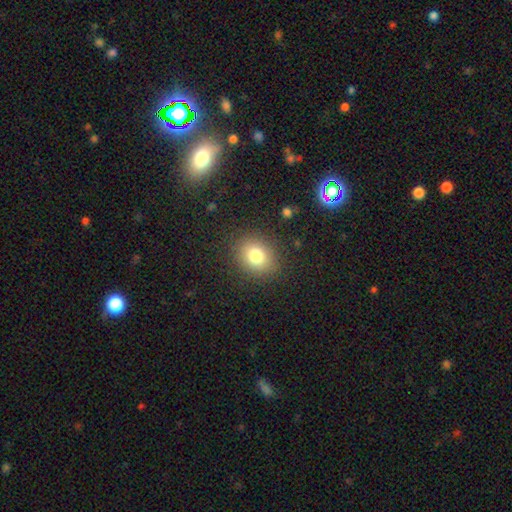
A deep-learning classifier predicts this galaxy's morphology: Smooth or featured: smooth — 79% (star or artifact — 12%)
How rounded: round — 67% (in between — 32%)
Merging: none — 87% (minor disturbance — 8%)